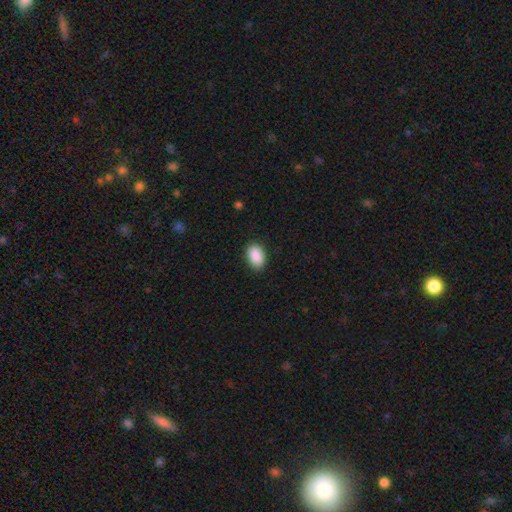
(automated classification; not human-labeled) This is clearly a smooth galaxy (90%). How rounded: clearly in between (91%). Merging: clearly none (86%).